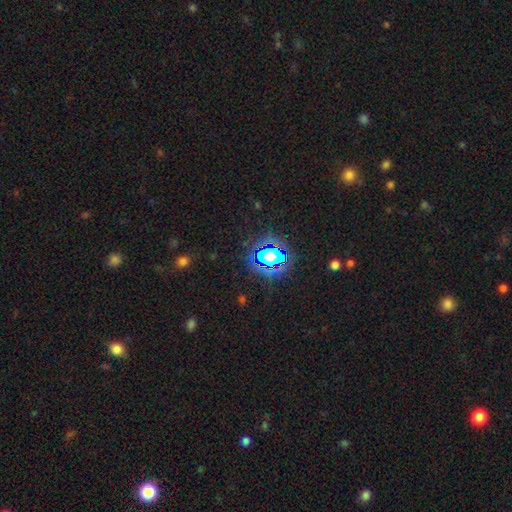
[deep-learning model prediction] A star or artifact, not a galaxy (77%).

Vote fractions:
- Smooth or featured? star or artifact: 77% / smooth: 16% / featured or disk: 7%